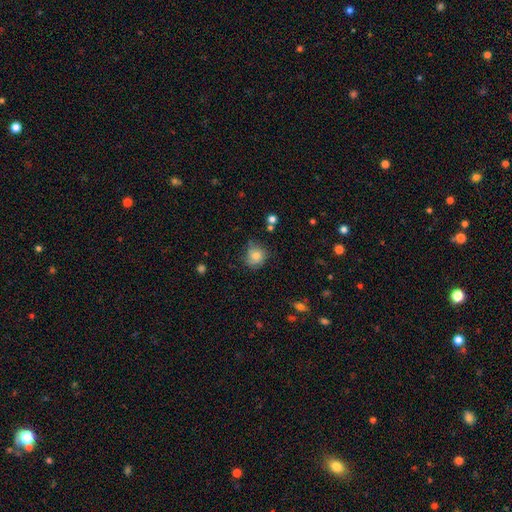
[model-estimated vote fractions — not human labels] Smooth or featured? Predicted: smooth (p=0.72). How rounded? Predicted: round (p=0.80). Merging? Predicted: none (p=0.64).